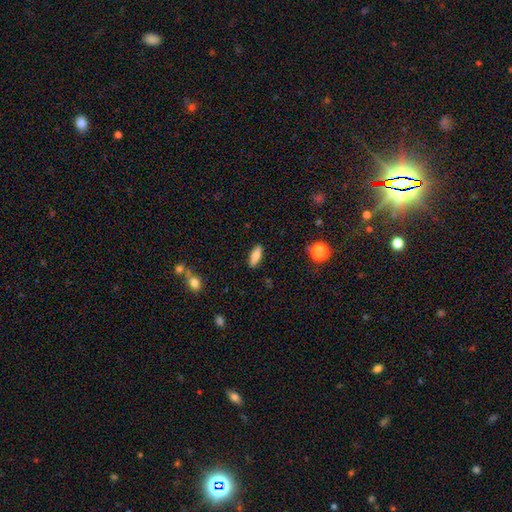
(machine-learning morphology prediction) This appears to be a smooth galaxy with no disk features (73%) that is in between round and cigar-shaped (59%). Merging: none (88%).